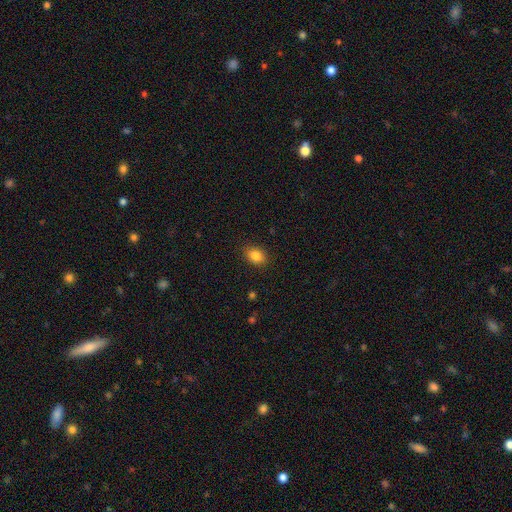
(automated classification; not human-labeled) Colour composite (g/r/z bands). It shows a smooth galaxy with no disk features (85%) that is in between round and cigar-shaped (67%). Merging: none (88%).